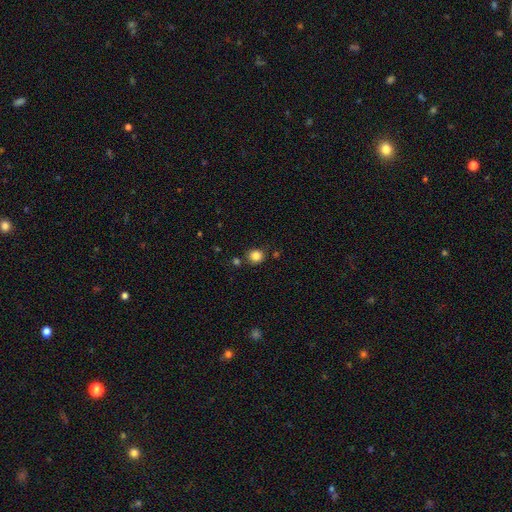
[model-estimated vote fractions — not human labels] This appears to be a smooth galaxy with no disk features (84%) that is round (82%). Merging: none (81%).